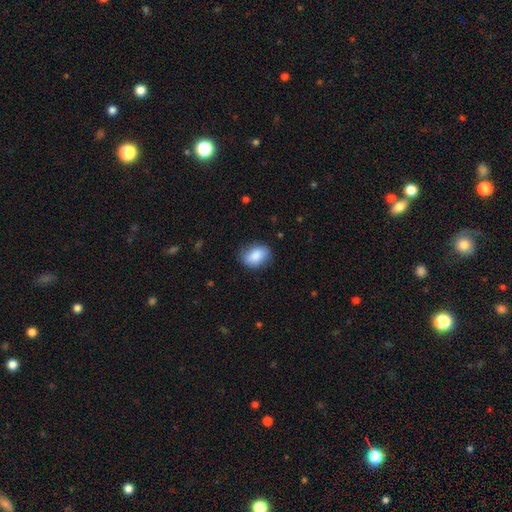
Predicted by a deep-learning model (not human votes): Morphology: type=smooth (86%); roundness=in between (76%); merging=none (80%).